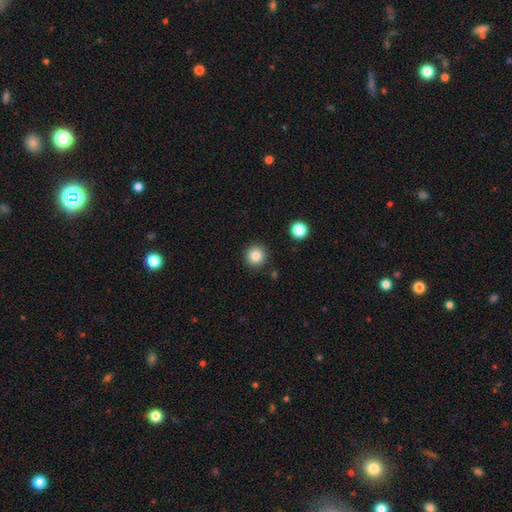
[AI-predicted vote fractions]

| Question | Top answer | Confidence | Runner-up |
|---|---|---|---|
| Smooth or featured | smooth | 84% | star or artifact (11%) |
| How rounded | round | 95% | in between (4%) |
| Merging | none | 90% | minor disturbance (6%) |